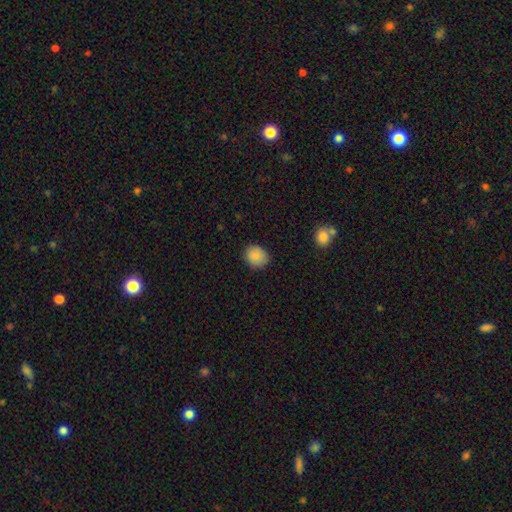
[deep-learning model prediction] Overall: smooth (87%). How rounded: round (75%). Merging: none (85%).